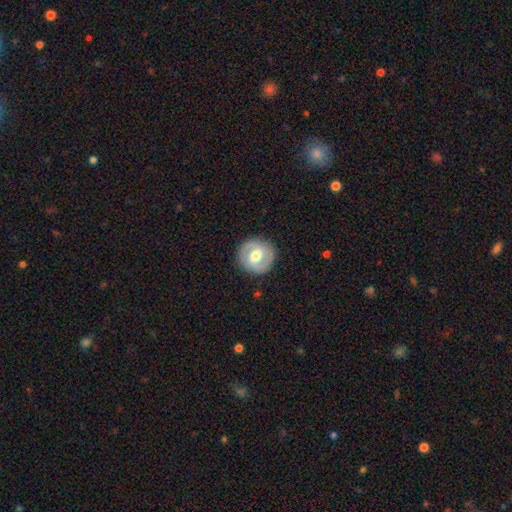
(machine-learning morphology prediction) smooth-or-featured: featured or disk: 66% | smooth: 28% | star or artifact: 6%
  disk-edge-on: no: 97% | yes: 3%
    bar: weak: 50% | no: 26% | strong: 24%
    has-spiral-arms: yes: 77% | no: 23%
    bulge-size: moderate: 70% | large: 14% | small: 13% | dominant: 1% | none: 1%
  merging: none: 88% | minor disturbance: 8% | major disturbance: 3% | merger: 1%